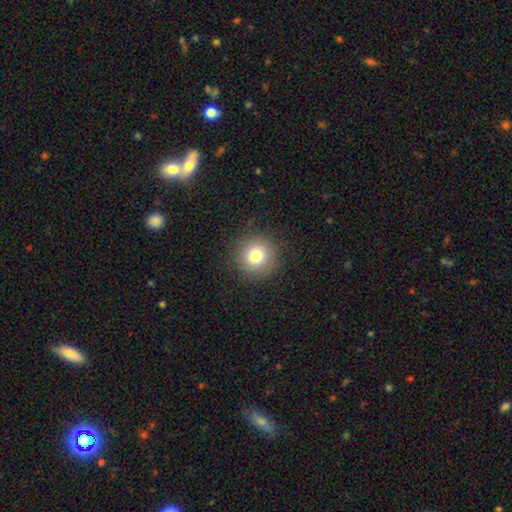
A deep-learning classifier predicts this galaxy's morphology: Smooth or featured?
  - smooth: 78% *
  - star or artifact: 13%
  - featured or disk: 9%
How rounded?
  - round: 95% *
  - in between: 4%
  - cigar-shaped: 1%
Merging?
  - none: 90% *
  - minor disturbance: 6%
  - major disturbance: 3%
  - merger: 1%